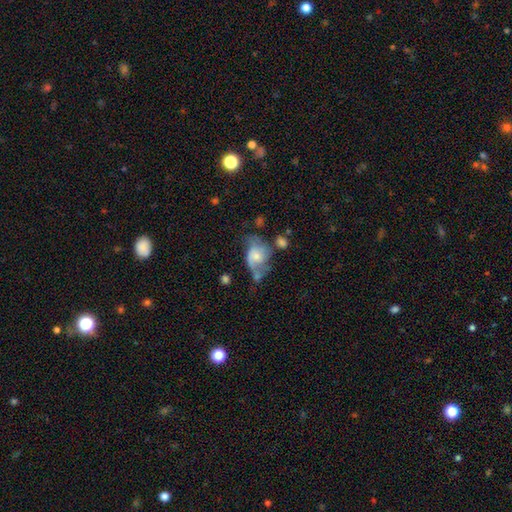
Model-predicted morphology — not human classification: A featured or disk galaxy (50%). Merging: major disturbance (30%).